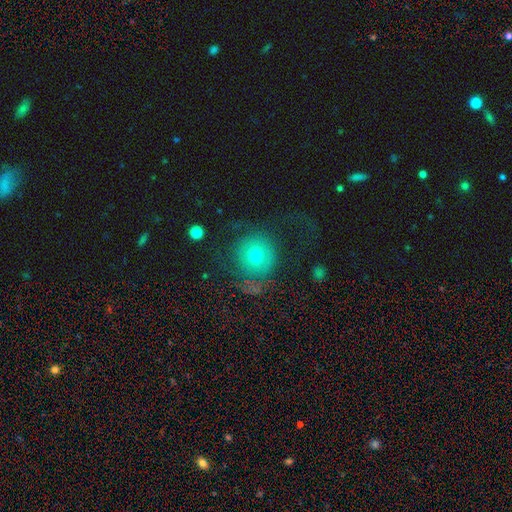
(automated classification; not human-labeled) Q: Smooth or featured?
A: smooth (53%); runner-up: featured or disk (36%)
Q: How rounded?
A: round (90%); runner-up: in between (9%)
Q: Merging?
A: none (50%); runner-up: major disturbance (29%)